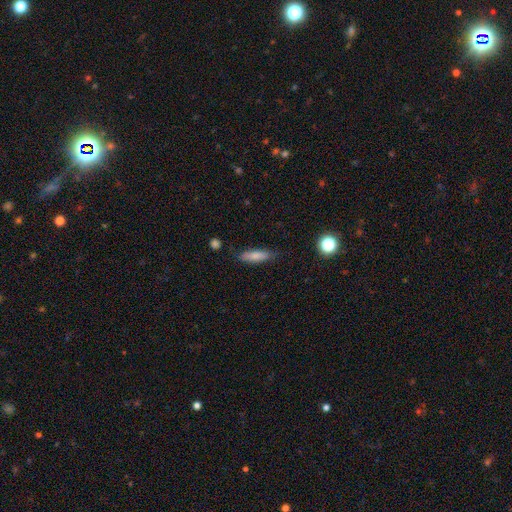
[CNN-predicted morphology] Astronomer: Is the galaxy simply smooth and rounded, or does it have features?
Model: smooth — 78%.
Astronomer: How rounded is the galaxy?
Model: cigar-shaped — 61% (runner-up: in between, 37%).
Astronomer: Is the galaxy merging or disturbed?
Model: none — 79%.